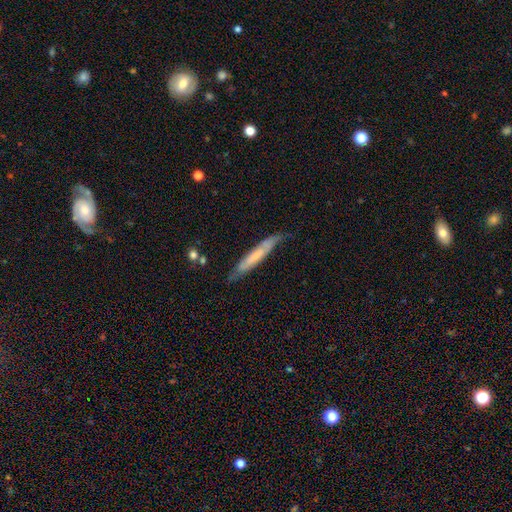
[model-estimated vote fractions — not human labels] Smooth or featured: smooth — 50% (featured or disk — 44%)
How rounded: cigar-shaped — 93% (in between — 6%)
Merging: none — 69% (minor disturbance — 23%)